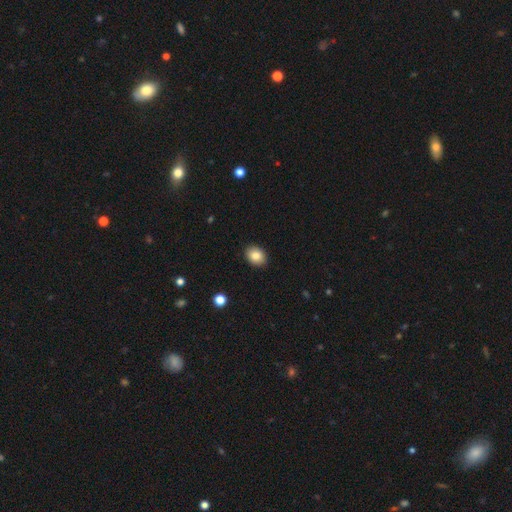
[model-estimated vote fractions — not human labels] Smooth or featured? Predicted: smooth (p=0.84). How rounded? Predicted: in between (p=0.64). Merging? Predicted: none (p=0.90).